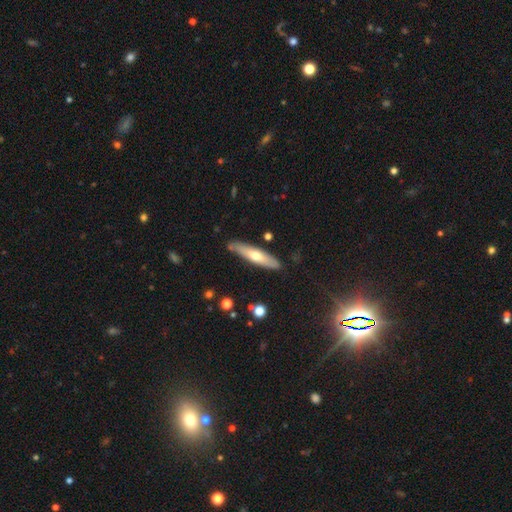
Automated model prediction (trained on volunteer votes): Smooth or featured?
  - smooth: 53% *
  - featured or disk: 42%
  - star or artifact: 5%
How rounded?
  - cigar-shaped: 80% *
  - in between: 18%
  - round: 2%
Merging?
  - none: 83% *
  - minor disturbance: 12%
  - merger: 2%
  - major disturbance: 2%